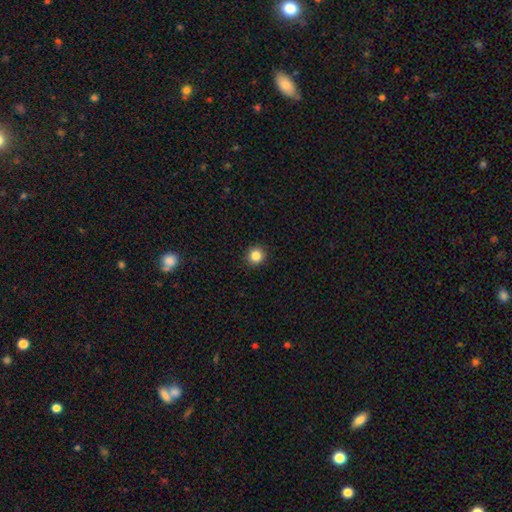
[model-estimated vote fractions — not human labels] A smooth galaxy with no disk features (85%) that is round (93%).

Vote fractions:
- Smooth or featured? smooth: 85% / star or artifact: 11% / featured or disk: 4%
- How rounded? round: 93% / in between: 6% / cigar-shaped: 1%
- Merging? none: 93% / minor disturbance: 5% / major disturbance: 2% / merger: 1%